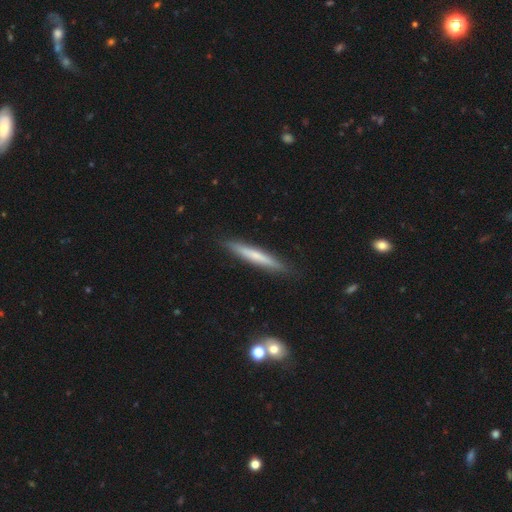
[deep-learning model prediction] Morphology: type=smooth (59%); roundness=cigar-shaped (95%); merging=none (90%).